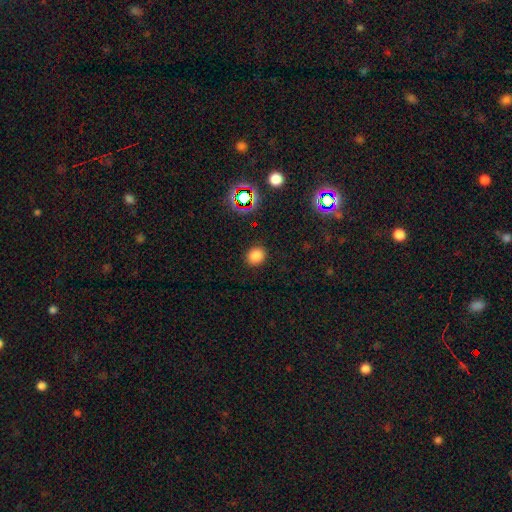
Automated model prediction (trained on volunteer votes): A smooth galaxy with no disk features (80%) that is round (68%). Merging: none (89%).